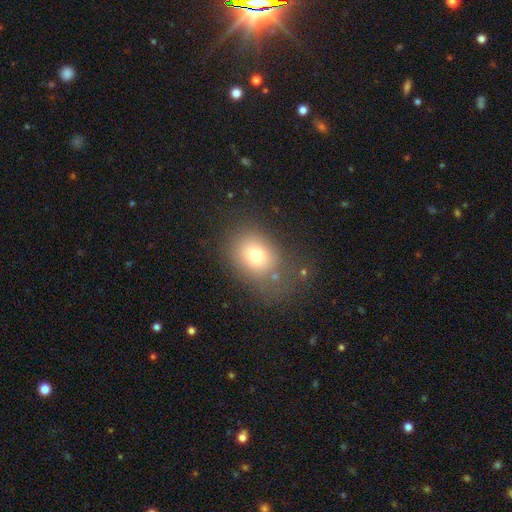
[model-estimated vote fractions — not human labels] Smooth or featured? smooth (73%)
How rounded? round (50%)
Merging? none (63%)